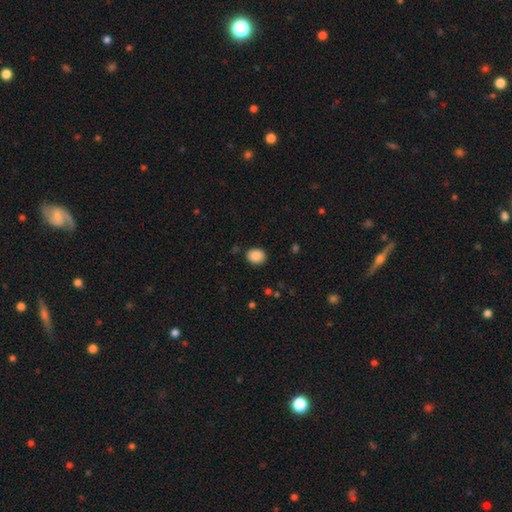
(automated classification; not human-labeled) Smooth or featured: smooth — 88% (star or artifact — 9%)
How rounded: round — 59% (in between — 40%)
Merging: none — 87% (minor disturbance — 9%)